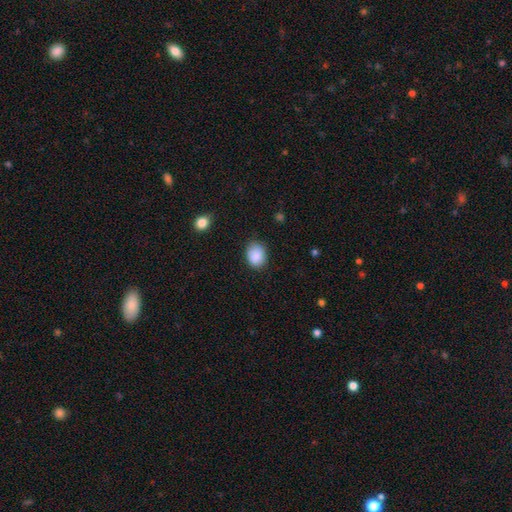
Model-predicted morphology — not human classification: Overall: smooth (88%). How rounded: in between (54%; round 45%). Merging: none (77%).